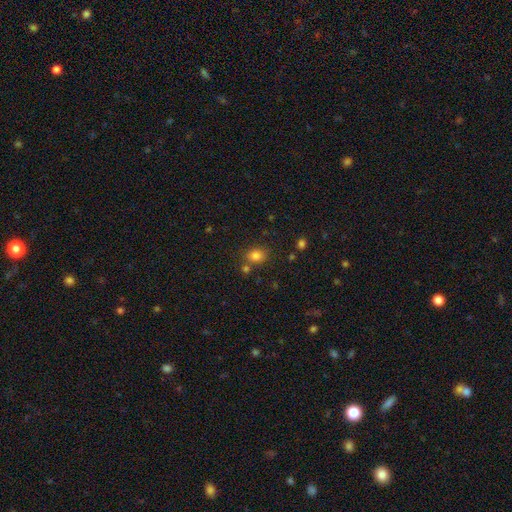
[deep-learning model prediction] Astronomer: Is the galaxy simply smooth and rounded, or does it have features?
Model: smooth — 80%.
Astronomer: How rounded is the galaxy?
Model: round — 55% (runner-up: in between, 44%).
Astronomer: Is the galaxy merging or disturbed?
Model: none — 71%.